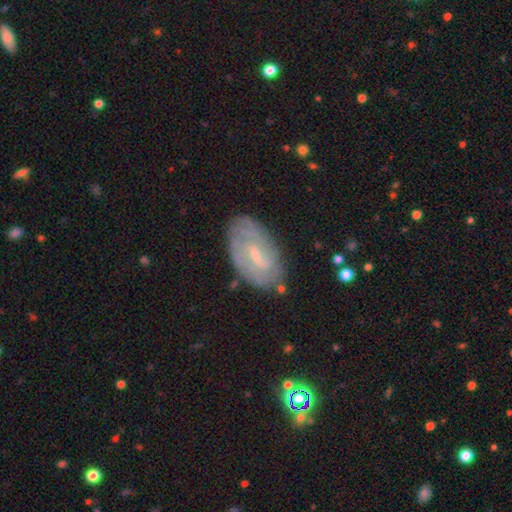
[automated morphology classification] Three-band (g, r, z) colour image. It shows a featured or disk galaxy (68%) with a weak bar (59%), tight (56%) spiral arms (82%) and a small central bulge (65%). Merging: none (76%).